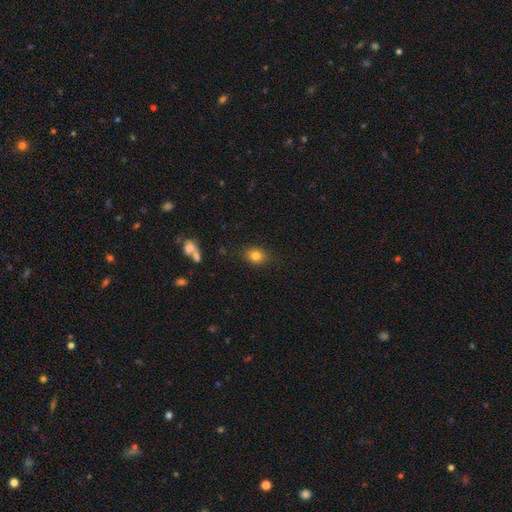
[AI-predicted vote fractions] Overall: smooth (81%). How rounded: round (54%; in between 45%). Merging: none (84%).